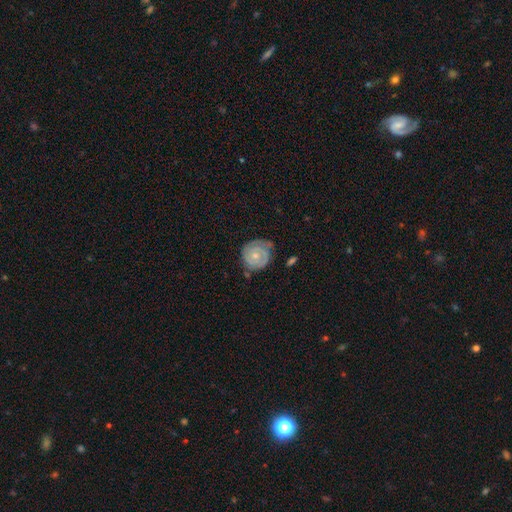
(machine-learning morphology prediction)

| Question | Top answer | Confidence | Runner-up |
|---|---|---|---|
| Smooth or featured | featured or disk | 76% | smooth (18%) |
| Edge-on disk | no | 98% | yes (2%) |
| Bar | no | 74% | weak (22%) |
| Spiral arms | yes | 92% | no (8%) |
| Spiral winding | tight | 76% | medium (19%) |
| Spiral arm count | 2 | 58% | can't tell (19%) |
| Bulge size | small | 53% | moderate (42%) |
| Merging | none | 63% | minor disturbance (25%) |